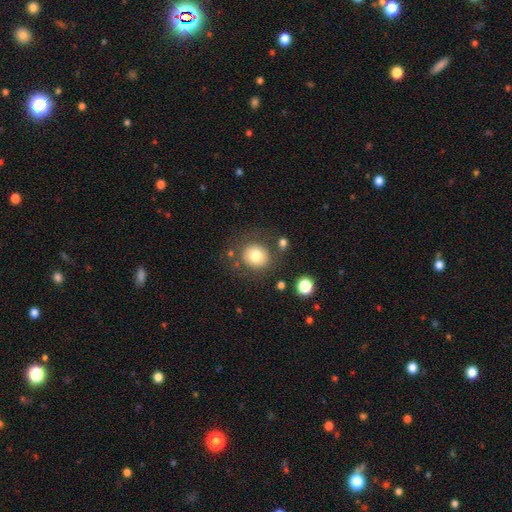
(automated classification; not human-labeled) A smooth galaxy with no disk features (77%) that is round (85%). Merging: none (76%).